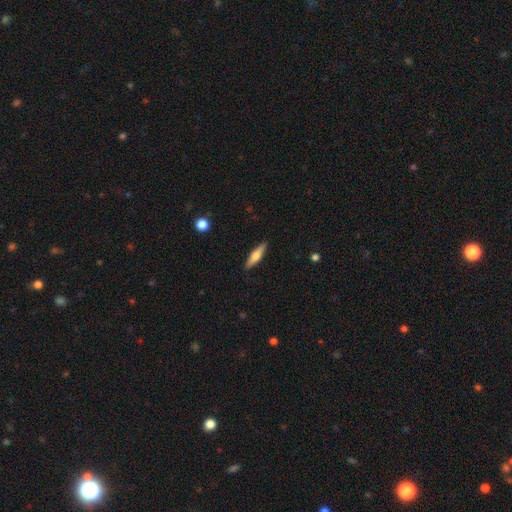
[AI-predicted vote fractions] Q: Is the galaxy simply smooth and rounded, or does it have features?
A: smooth — 59%.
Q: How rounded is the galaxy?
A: cigar-shaped — 74%.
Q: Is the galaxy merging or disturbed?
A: none — 89%.